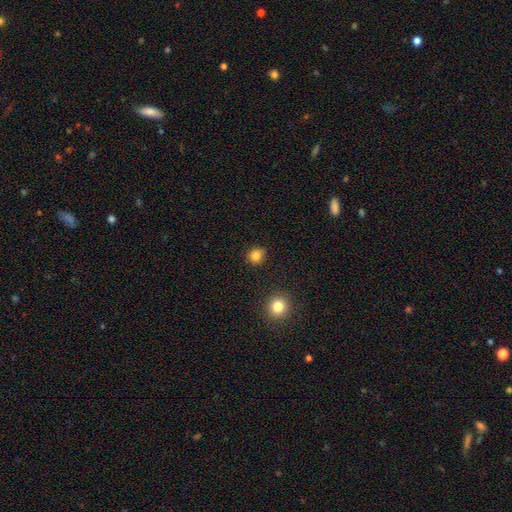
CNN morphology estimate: Smooth or featured? Predicted: smooth (p=0.82). How rounded? Predicted: round (p=0.85). Merging? Predicted: none (p=0.82).